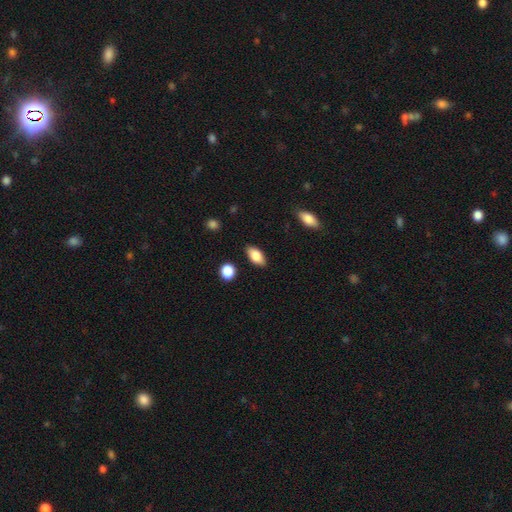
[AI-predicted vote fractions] Overall: smooth (83%). How rounded: in between (90%). Merging: none (86%).